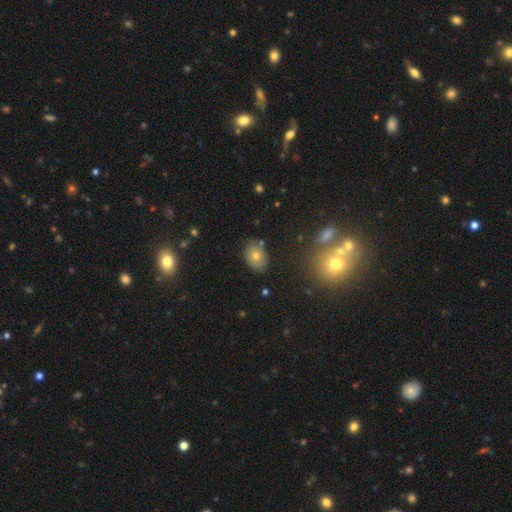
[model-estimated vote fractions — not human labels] Morphology: type=smooth (69%); roundness=in between (70%); merging=none (81%).